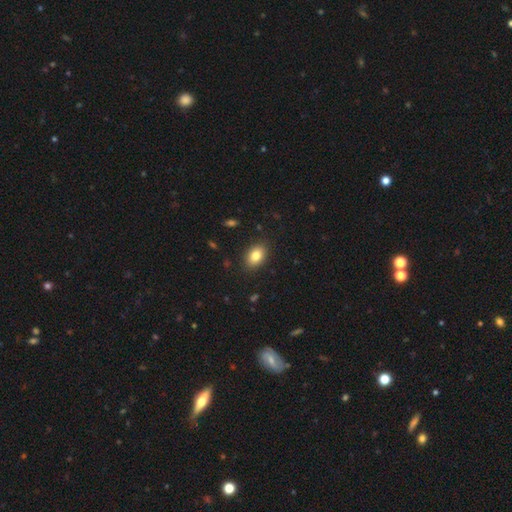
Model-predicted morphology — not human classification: A smooth galaxy with no disk features (82%) that is in between round and cigar-shaped (81%).

Vote fractions:
- Smooth or featured? smooth: 82% / star or artifact: 9% / featured or disk: 9%
- How rounded? in between: 81% / round: 18% / cigar-shaped: 1%
- Merging? none: 87% / minor disturbance: 9% / major disturbance: 2% / merger: 1%